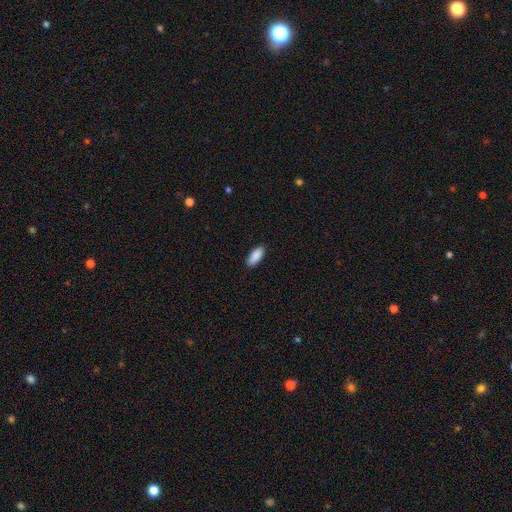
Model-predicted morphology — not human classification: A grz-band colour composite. It shows a smooth galaxy with no disk features (90%) that is in between round and cigar-shaped (83%). Merging: none (88%).